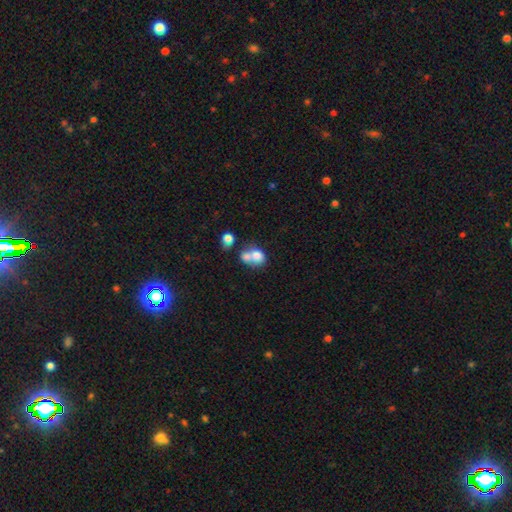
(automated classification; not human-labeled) A smooth galaxy with no disk features (72%) that is round (54%). Merging: merger (66%).